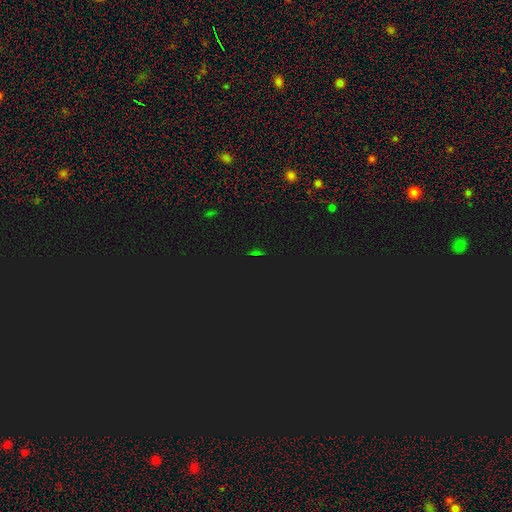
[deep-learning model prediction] Smooth or featured? star or artifact (71%)